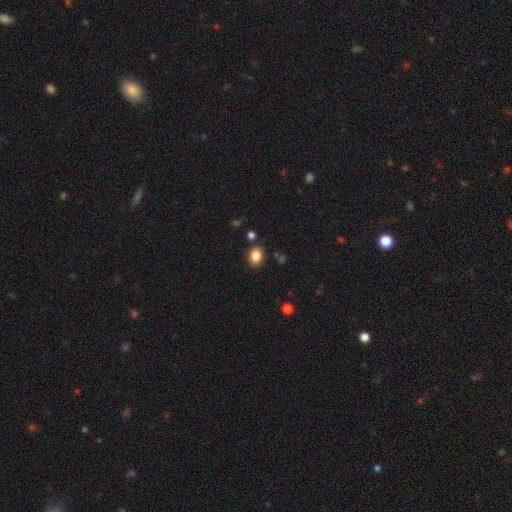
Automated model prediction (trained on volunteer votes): Smooth or featured: smooth — 85% (star or artifact — 11%)
How rounded: round — 55% (in between — 44%)
Merging: none — 84% (minor disturbance — 9%)